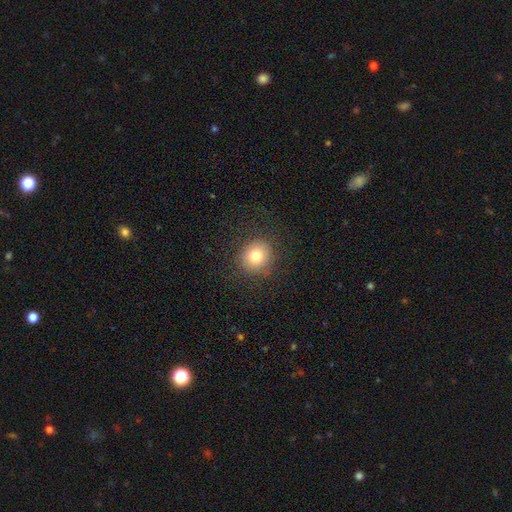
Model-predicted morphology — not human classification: smooth-or-featured: smooth: 78% | star or artifact: 12% | featured or disk: 10%
  how-rounded: round: 87% | in between: 12% | cigar-shaped: 1%
  merging: none: 85% | minor disturbance: 9% | major disturbance: 5% | merger: 1%